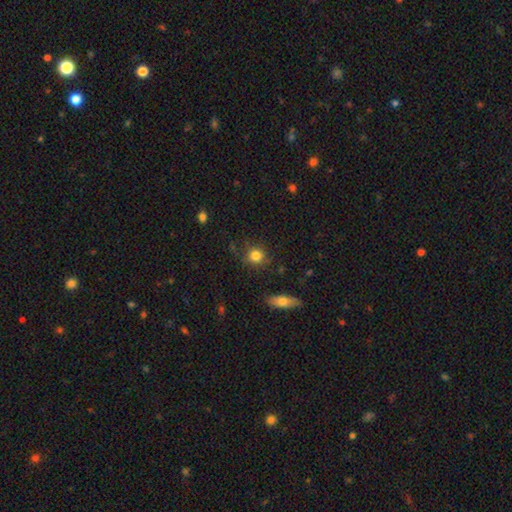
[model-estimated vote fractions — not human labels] Smooth or featured: smooth — 83% (star or artifact — 10%)
How rounded: round — 88% (in between — 11%)
Merging: none — 82% (minor disturbance — 12%)